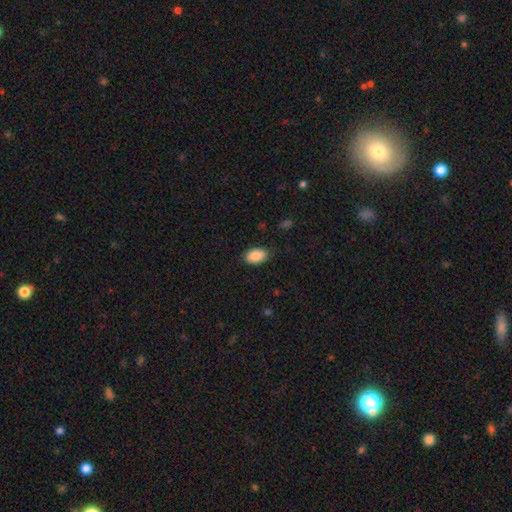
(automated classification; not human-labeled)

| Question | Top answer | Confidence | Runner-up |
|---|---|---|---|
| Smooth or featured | smooth | 87% | star or artifact (7%) |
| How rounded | in between | 88% | round (11%) |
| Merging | none | 78% | minor disturbance (18%) |